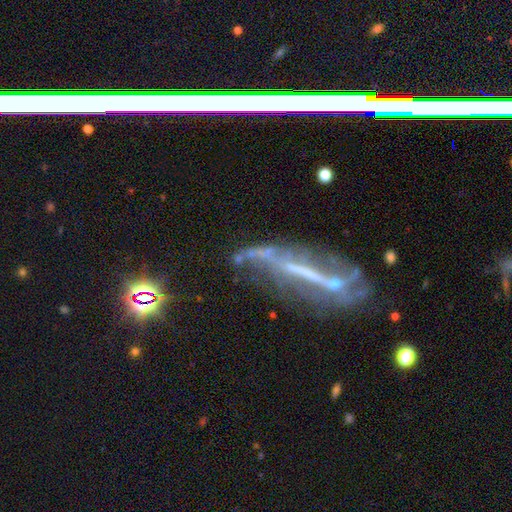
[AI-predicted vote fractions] Morphology: type=featured or disk (62%); edge-on=no (64%); merging=none (35%).